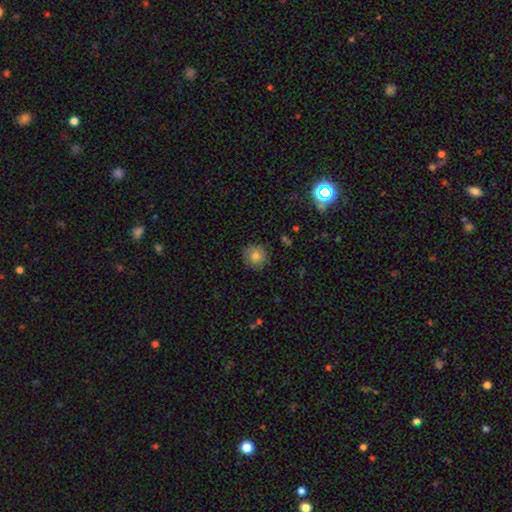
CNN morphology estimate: A smooth galaxy with no disk features (82%) that is round (91%).

Vote fractions:
- Smooth or featured? smooth: 82% / star or artifact: 10% / featured or disk: 8%
- How rounded? round: 91% / in between: 8% / cigar-shaped: 1%
- Merging? none: 86% / minor disturbance: 10% / major disturbance: 2% / merger: 1%